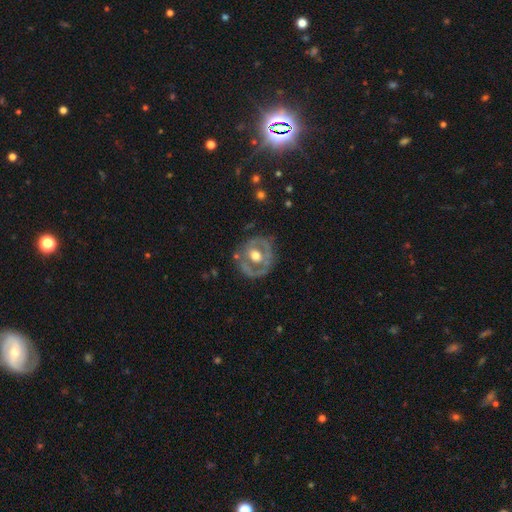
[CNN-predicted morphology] Smooth or featured? featured or disk (64%)
Edge-on disk? no (95%)
Bar? no (73%)
Spiral arms? no (74%)
Bulge size? moderate (66%)
Merging? none (68%)